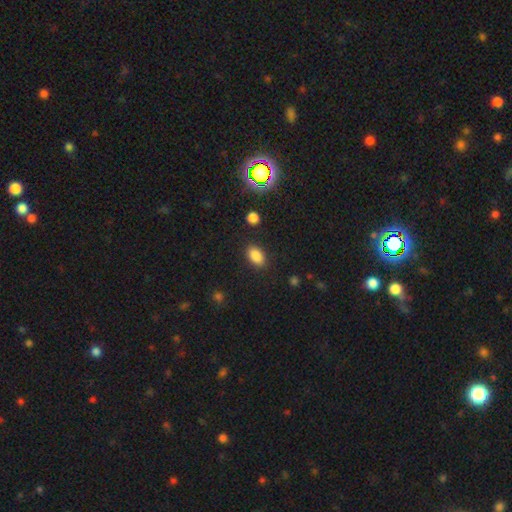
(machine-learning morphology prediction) The model was most divided on "smooth or featured": smooth: 85%, star or artifact: 10%, featured or disk: 5%. More confident: how rounded — in between (89%); merging — none (86%).